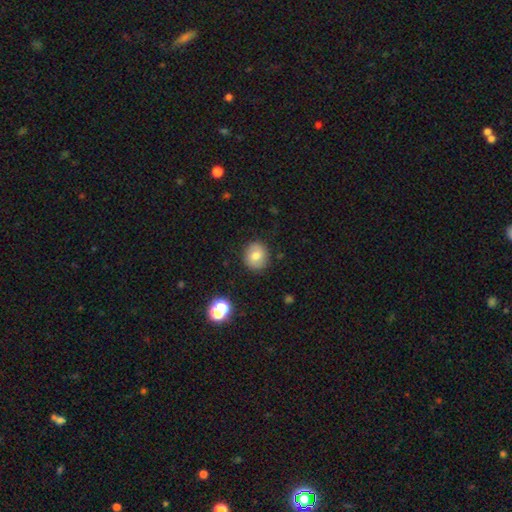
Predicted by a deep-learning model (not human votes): A smooth galaxy with no disk features (73%) that is round (80%).

Vote fractions:
- Smooth or featured? smooth: 73% / featured or disk: 17% / star or artifact: 10%
- How rounded? round: 80% / in between: 19% / cigar-shaped: 1%
- Merging? none: 86% / minor disturbance: 10% / major disturbance: 3% / merger: 2%